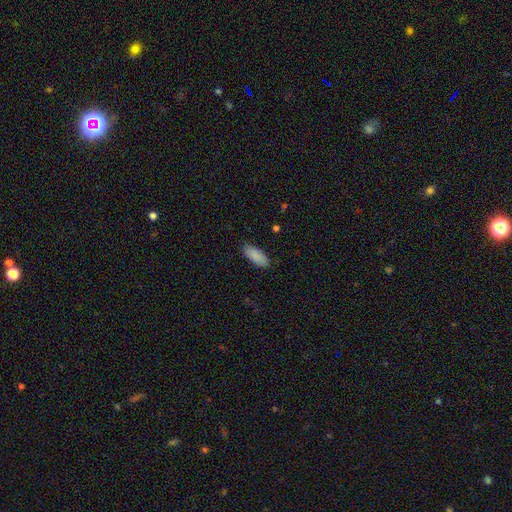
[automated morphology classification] smooth-or-featured: smooth: 89% | star or artifact: 6% | featured or disk: 5%
  how-rounded: in between: 81% | cigar-shaped: 18% | round: 2%
  merging: none: 86% | minor disturbance: 11% | major disturbance: 2% | merger: 1%